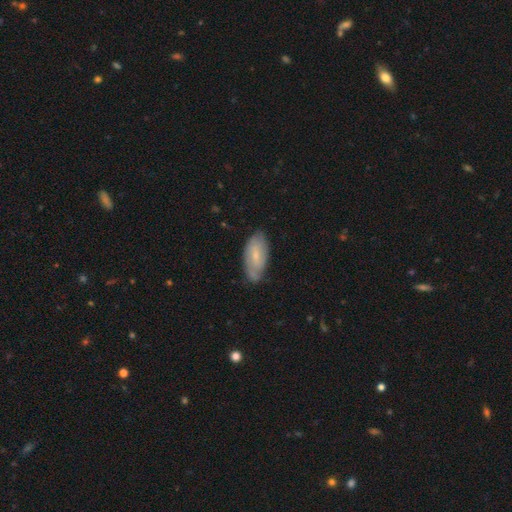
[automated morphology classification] The model was most divided on "smooth or featured" (2-way tie): smooth: 47%, featured or disk: 47%, star or artifact: 7%. More confident: merging — none (67%).